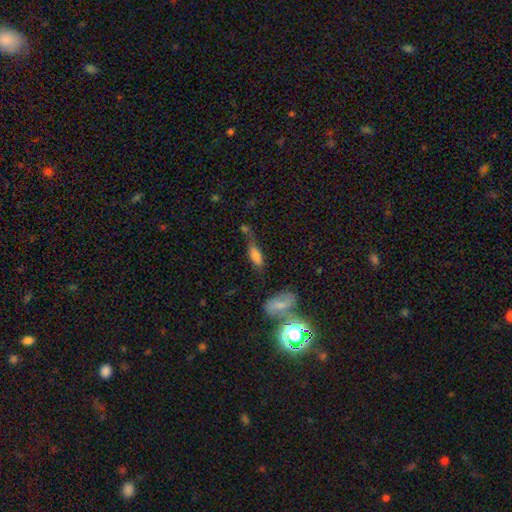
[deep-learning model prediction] smooth 72%, featured or disk 17%, star or artifact 10%. Down the decision tree: how rounded — in between (69%); merging — none (37%).